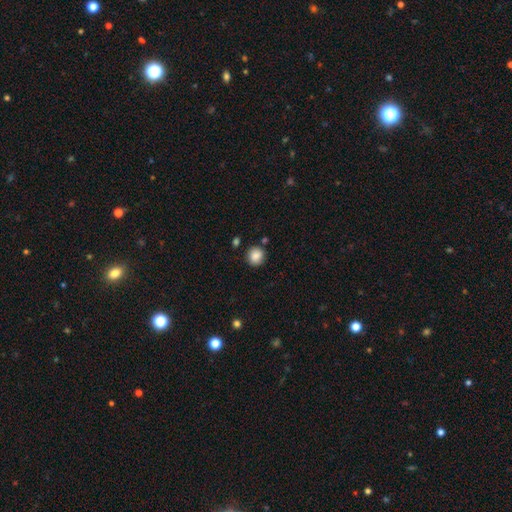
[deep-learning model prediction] This appears to be a smooth galaxy with no disk features (87%) that is round (90%). Merging: none (85%).